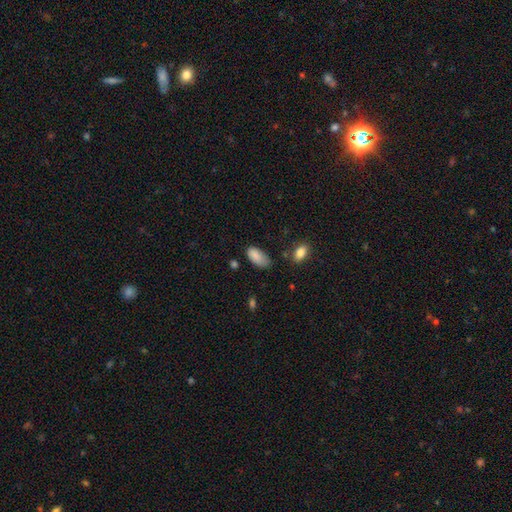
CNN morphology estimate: Smooth or featured?
  - smooth: 87% *
  - star or artifact: 8%
  - featured or disk: 6%
How rounded?
  - in between: 94% *
  - cigar-shaped: 4%
  - round: 3%
Merging?
  - none: 58% *
  - minor disturbance: 31%
  - major disturbance: 8%
  - merger: 3%